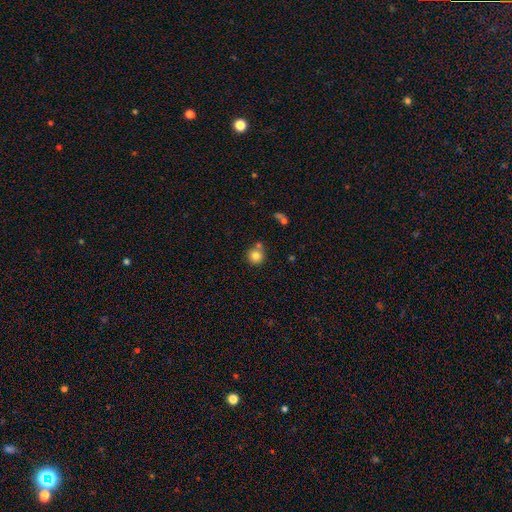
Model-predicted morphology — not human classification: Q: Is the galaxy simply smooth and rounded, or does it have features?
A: smooth — 81%.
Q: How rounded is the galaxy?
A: round — 92%.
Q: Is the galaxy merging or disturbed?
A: none — 66%.